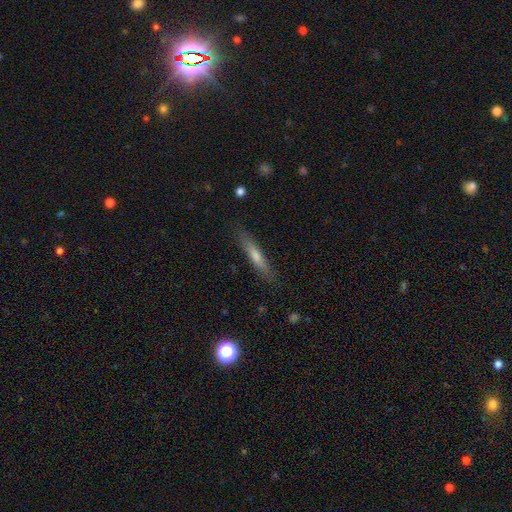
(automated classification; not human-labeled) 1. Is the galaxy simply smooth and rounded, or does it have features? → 55% smooth, 38% featured or disk, 7% star or artifact.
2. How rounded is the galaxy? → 91% cigar-shaped, 8% in between, 2% round.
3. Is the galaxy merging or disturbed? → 87% none, 10% minor disturbance, 2% major disturbance, 1% merger.